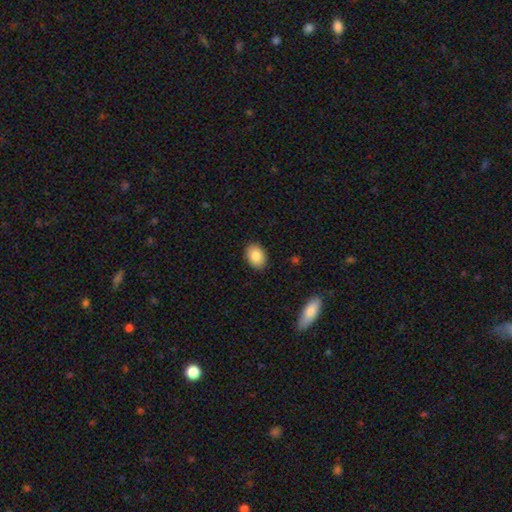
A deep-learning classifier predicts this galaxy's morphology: Smooth or featured?
  - smooth: 87% *
  - star or artifact: 8%
  - featured or disk: 6%
How rounded?
  - in between: 71% *
  - round: 28%
  - cigar-shaped: 1%
Merging?
  - none: 89% *
  - minor disturbance: 8%
  - major disturbance: 2%
  - merger: 1%